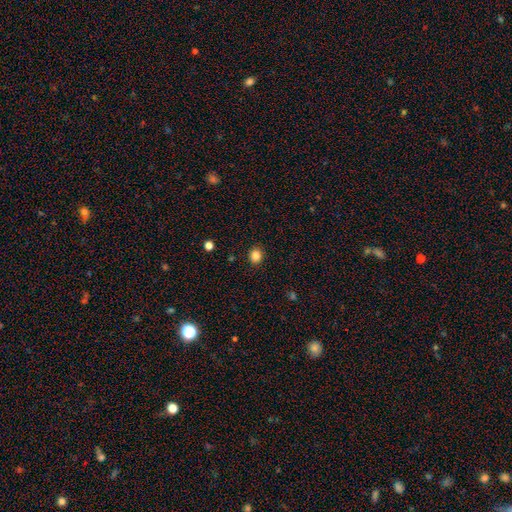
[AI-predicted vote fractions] Smooth or featured? smooth (85%)
How rounded? round (71%)
Merging? none (90%)